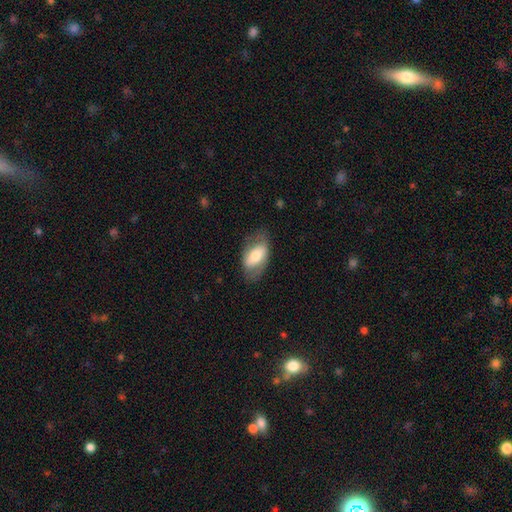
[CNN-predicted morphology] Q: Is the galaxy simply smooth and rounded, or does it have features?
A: smooth — 58%.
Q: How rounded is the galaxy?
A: in between — 91%.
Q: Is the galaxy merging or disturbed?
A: none — 69%.